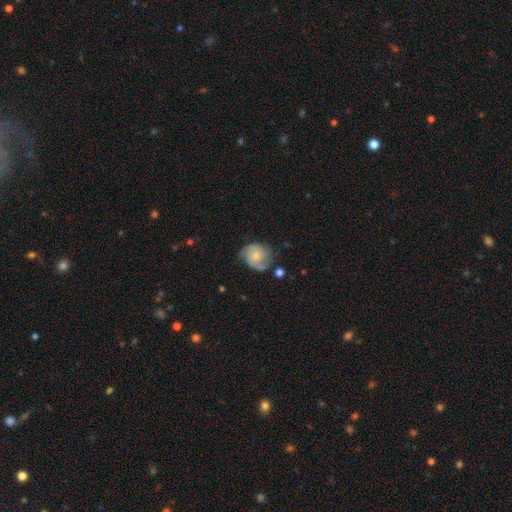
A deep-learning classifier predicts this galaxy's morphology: Smooth or featured? featured or disk (61%)
Edge-on disk? no (98%)
Bar? no (75%)
Spiral arms? yes (88%)
Spiral winding? medium (41%)
Spiral arm count? 2 (57%)
Bulge size? small (56%)
Merging? none (55%)